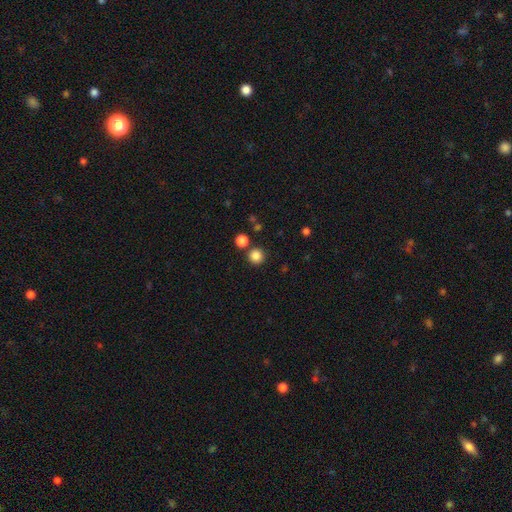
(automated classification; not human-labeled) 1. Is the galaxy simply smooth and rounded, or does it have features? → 84% smooth, 12% star or artifact, 4% featured or disk.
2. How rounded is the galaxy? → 94% round, 5% in between, 1% cigar-shaped.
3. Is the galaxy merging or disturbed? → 84% none, 8% merger, 6% minor disturbance, 2% major disturbance.